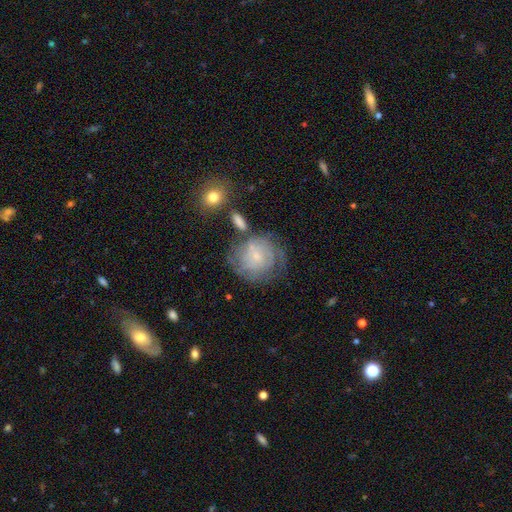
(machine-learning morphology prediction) This is possibly a featured or disk galaxy (59%). It is clearly not viewed edge-on (97%). Bar: likely no (72%). Spiral arm pattern: likely yes (78%). Central bulge: likely small (75%). Merging: possibly none (53%).